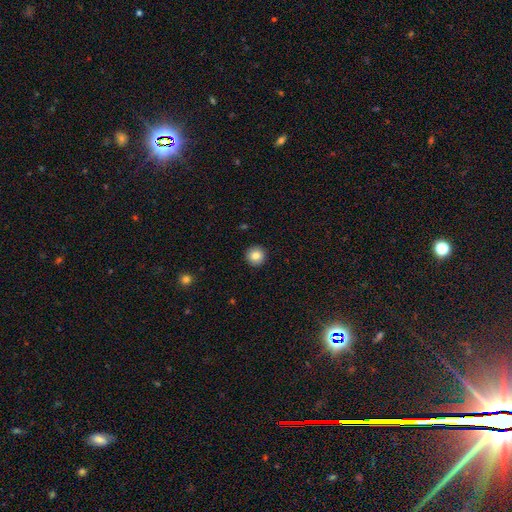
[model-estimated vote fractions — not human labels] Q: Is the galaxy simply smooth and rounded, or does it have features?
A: smooth — 85%.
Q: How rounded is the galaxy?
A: round — 95%.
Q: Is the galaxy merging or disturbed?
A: none — 93%.